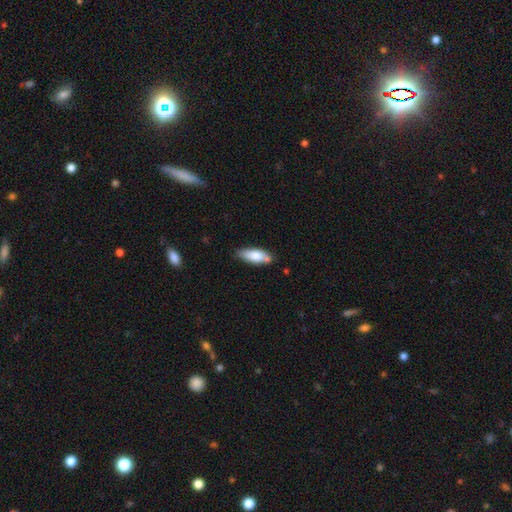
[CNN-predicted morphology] smooth 76%, featured or disk 18%, star or artifact 6%. Down the decision tree: how rounded — in between (70%); merging — none (71%).